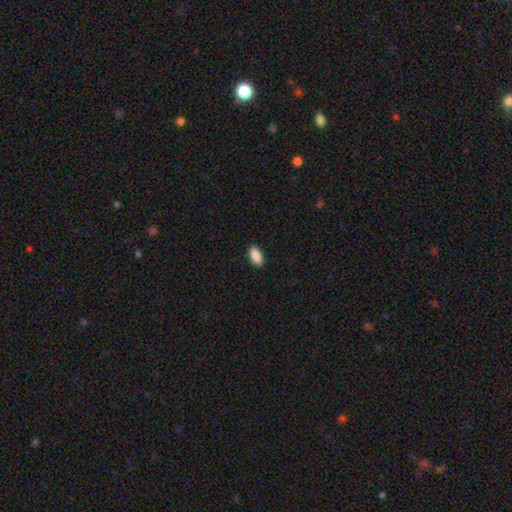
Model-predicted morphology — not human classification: This is clearly a smooth galaxy (90%). How rounded: clearly in between (92%). Merging: clearly none (89%).